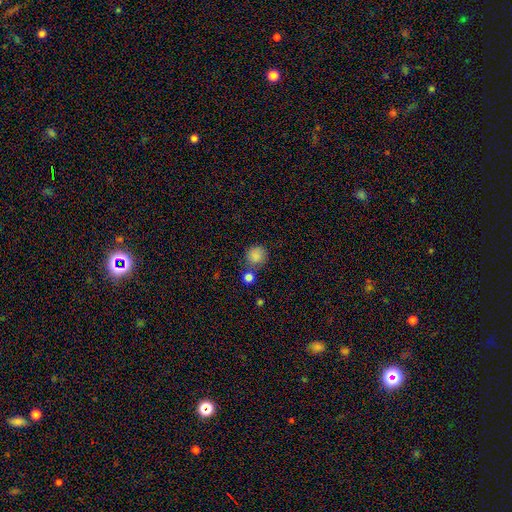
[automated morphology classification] smooth_or_featured: smooth (p=0.83) [alt: star or artifact p=0.11]
how_rounded: round (p=0.87) [alt: in between p=0.12]
merging: none (p=0.65) [alt: merger p=0.16]